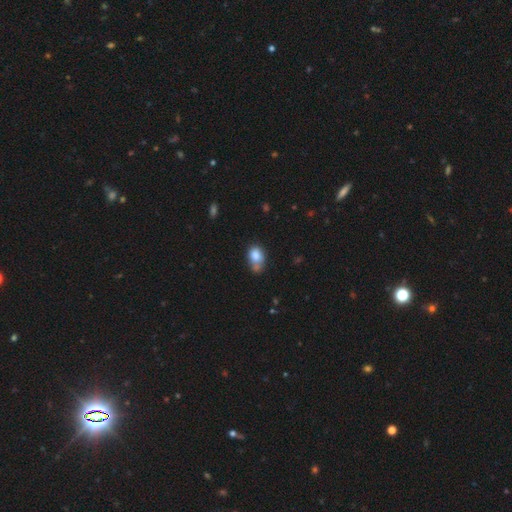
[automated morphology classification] type=smooth (80%); roundness=in between (72%); merging=none (38%).